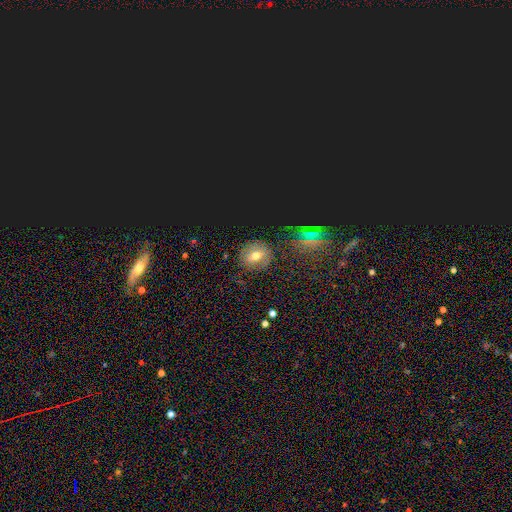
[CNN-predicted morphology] smooth 43%, star or artifact 30%, featured or disk 27%. Down the decision tree: merging — none (81%).